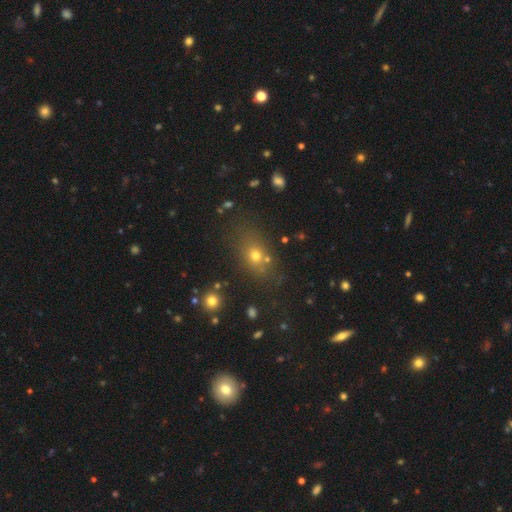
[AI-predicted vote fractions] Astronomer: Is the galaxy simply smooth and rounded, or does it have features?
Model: smooth — 66%.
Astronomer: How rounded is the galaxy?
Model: in between — 56% (runner-up: round, 40%).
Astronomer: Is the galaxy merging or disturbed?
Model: none — 72%.